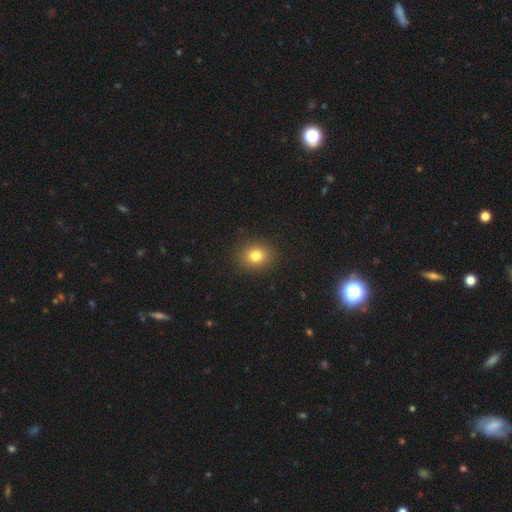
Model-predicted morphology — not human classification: smooth 81%, star or artifact 12%, featured or disk 8%. Down the decision tree: how rounded — round (58%); merging — none (89%).